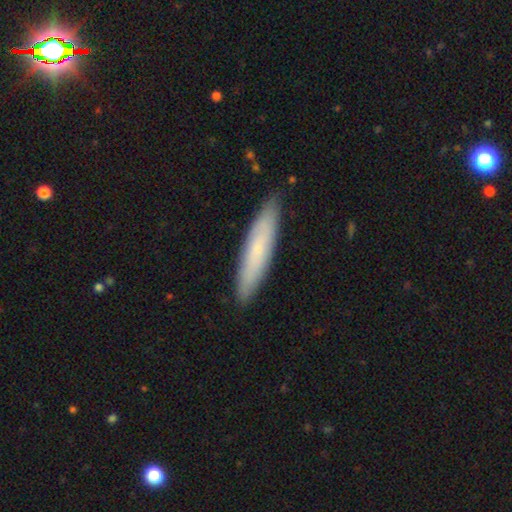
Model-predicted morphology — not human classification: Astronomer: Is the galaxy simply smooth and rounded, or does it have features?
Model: smooth — 61%.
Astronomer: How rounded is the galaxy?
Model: cigar-shaped — 86%.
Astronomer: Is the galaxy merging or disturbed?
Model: none — 88%.